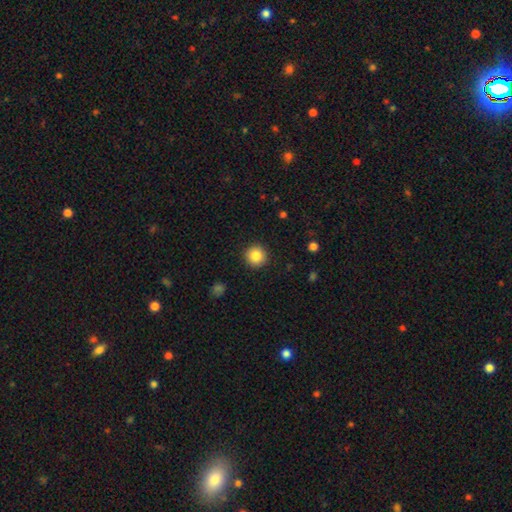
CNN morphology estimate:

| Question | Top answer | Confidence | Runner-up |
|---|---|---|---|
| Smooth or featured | smooth | 85% | star or artifact (9%) |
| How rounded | round | 95% | in between (4%) |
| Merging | none | 92% | minor disturbance (5%) |